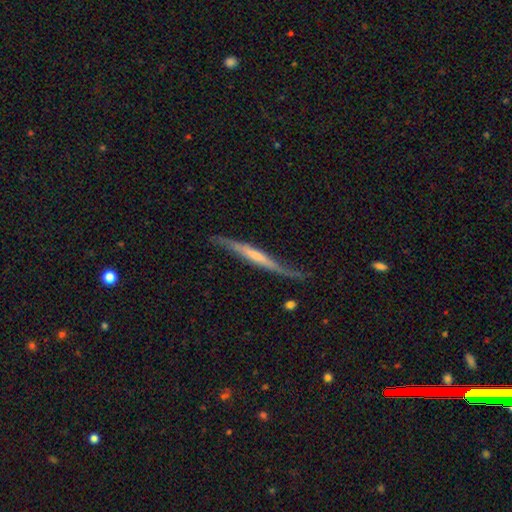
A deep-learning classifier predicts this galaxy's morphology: A featured or disk galaxy (62%) viewed edge-on (89%) with no central bulge (56%).

Vote fractions:
- Smooth or featured? featured or disk: 62% / smooth: 33% / star or artifact: 5%
- Edge-on disk? yes: 89% / no: 11%
- Edge-on bulge? none: 56% / rounded: 22% / boxy: 22%
- Merging? none: 64% / minor disturbance: 25% / major disturbance: 8% / merger: 3%